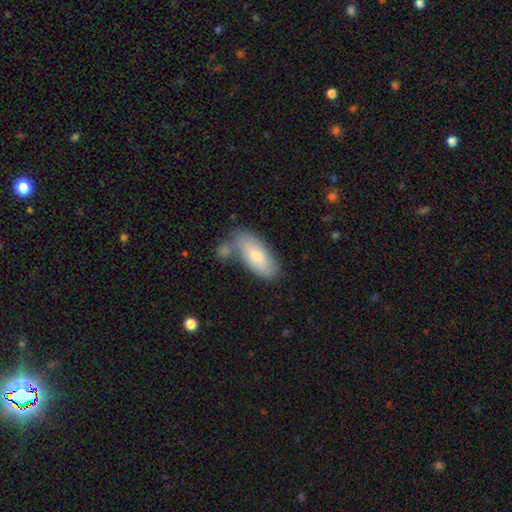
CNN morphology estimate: This is likely a smooth galaxy (75%). How rounded: clearly in between (85%). Merging: possibly none (56%).